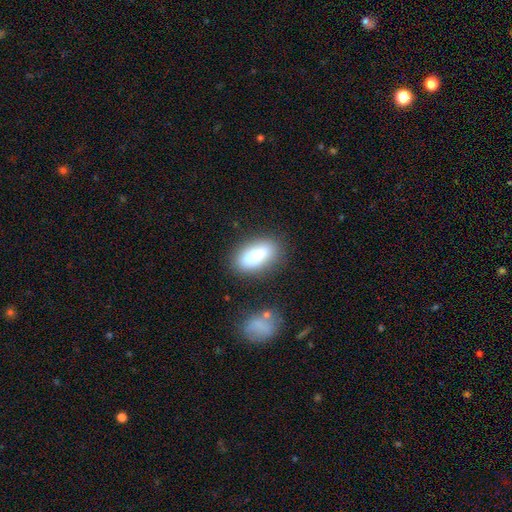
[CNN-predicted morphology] smooth-or-featured: smooth: 80% | featured or disk: 12% | star or artifact: 8%
  how-rounded: in between: 84% | cigar-shaped: 11% | round: 5%
  merging: none: 73% | minor disturbance: 16% | major disturbance: 6% | merger: 6%